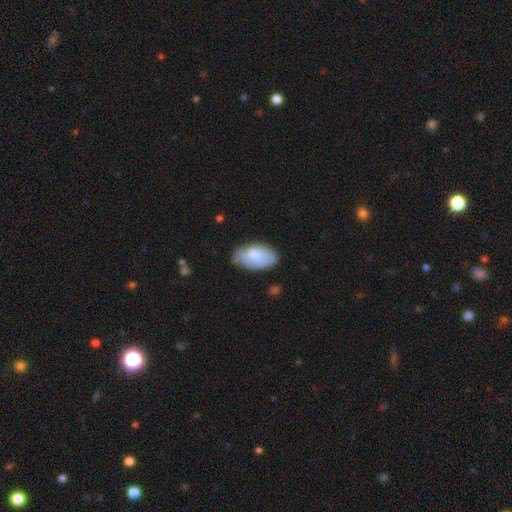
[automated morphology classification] Q: Smooth or featured?
A: smooth (73%); runner-up: featured or disk (21%)
Q: How rounded?
A: in between (95%); runner-up: round (4%)
Q: Merging?
A: none (64%); runner-up: minor disturbance (27%)